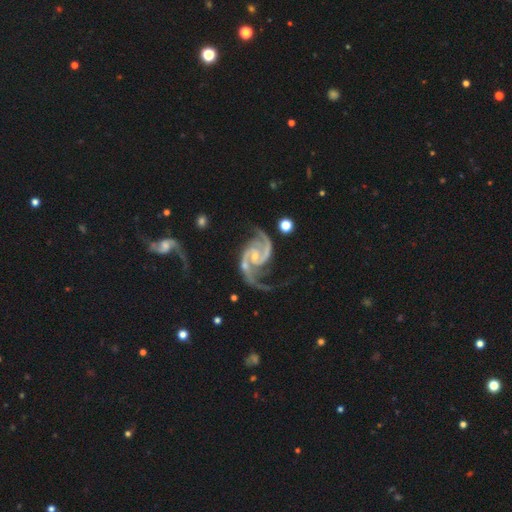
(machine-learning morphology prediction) smooth-or-featured: featured or disk: 94% | star or artifact: 4% | smooth: 2%
  disk-edge-on: no: 98% | yes: 2%
    bar: no: 46% | weak: 39% | strong: 15%
    has-spiral-arms: yes: 99% | no: 1%
      spiral-winding: medium: 60% | loose: 22% | tight: 18%
      spiral-arm-count: 2: 89% | 3: 4% | can't tell: 2% | 1: 2% | 4: 2% | more than 4: 2%
    bulge-size: small: 69% | moderate: 26% | none: 3% | large: 1% | dominant: 1%
  merging: none: 60% | minor disturbance: 21% | major disturbance: 14% | merger: 5%